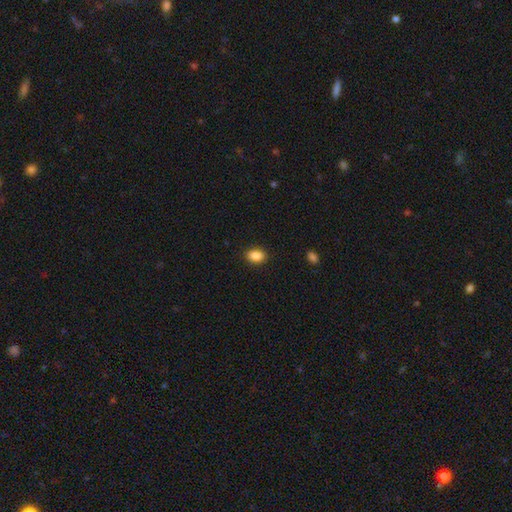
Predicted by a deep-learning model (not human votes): Smooth or featured: smooth — 89% (star or artifact — 8%)
How rounded: in between — 80% (round — 19%)
Merging: none — 89% (minor disturbance — 8%)